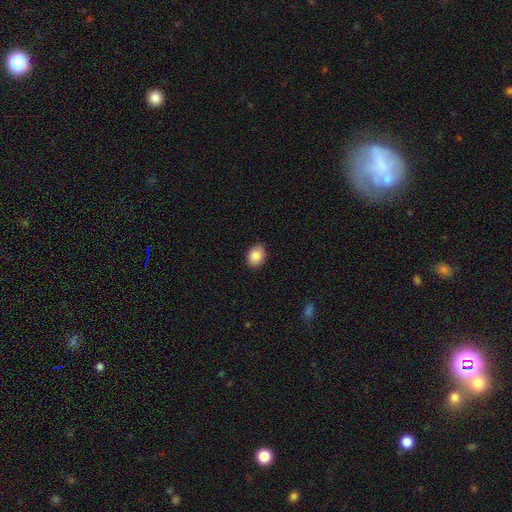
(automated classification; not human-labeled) Smooth or featured? smooth (89%)
How rounded? in between (66%)
Merging? none (86%)